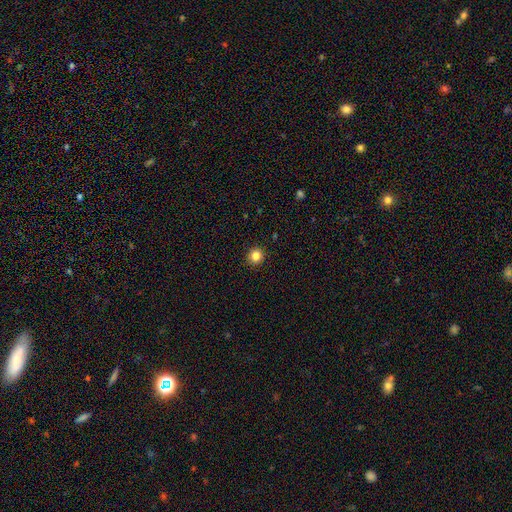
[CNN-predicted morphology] Smooth or featured: smooth — 84% (star or artifact — 12%)
How rounded: round — 91% (in between — 8%)
Merging: none — 92% (minor disturbance — 5%)